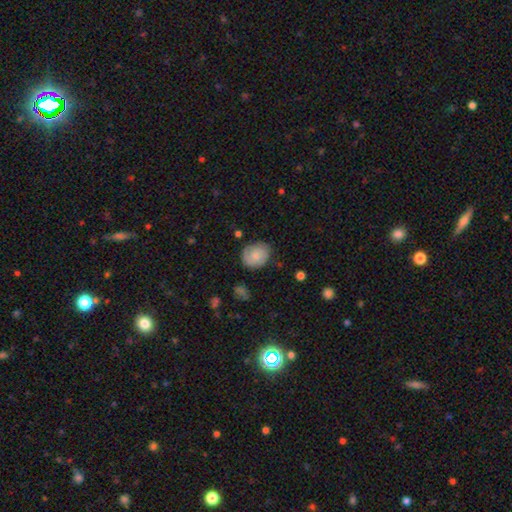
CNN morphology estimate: This appears to be a smooth galaxy with no disk features (61%) that is round (59%). Merging: none (74%).